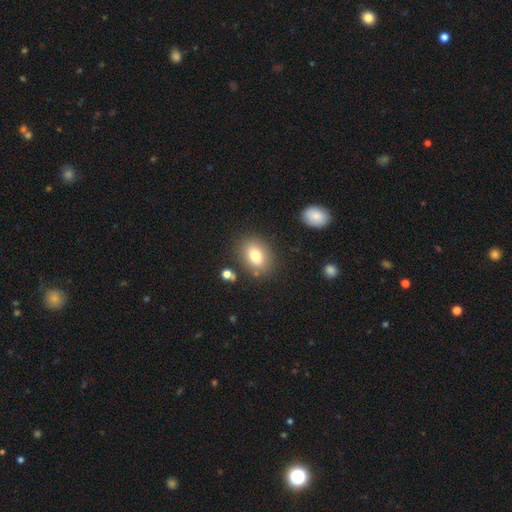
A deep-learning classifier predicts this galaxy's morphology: Q: Smooth or featured?
A: smooth (78%); runner-up: featured or disk (12%)
Q: How rounded?
A: in between (69%); runner-up: round (29%)
Q: Merging?
A: none (82%); runner-up: minor disturbance (11%)